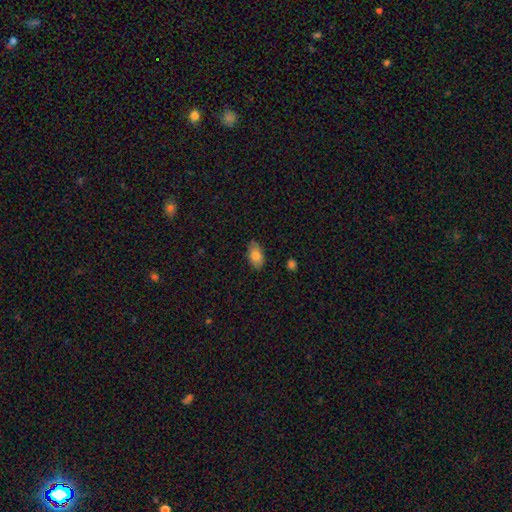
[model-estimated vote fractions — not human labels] Q: Smooth or featured?
A: smooth (80%); runner-up: featured or disk (13%)
Q: How rounded?
A: in between (93%); runner-up: round (5%)
Q: Merging?
A: none (79%); runner-up: minor disturbance (17%)